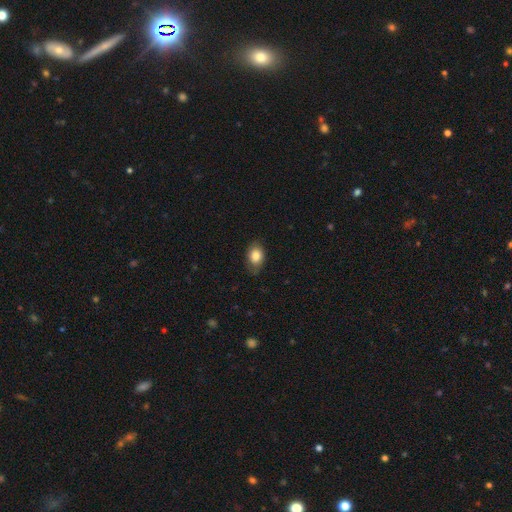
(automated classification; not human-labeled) smooth_or_featured: smooth (p=0.81) [alt: featured or disk p=0.11]
how_rounded: in between (p=0.78) [alt: round p=0.21]
merging: none (p=0.73) [alt: minor disturbance p=0.21]